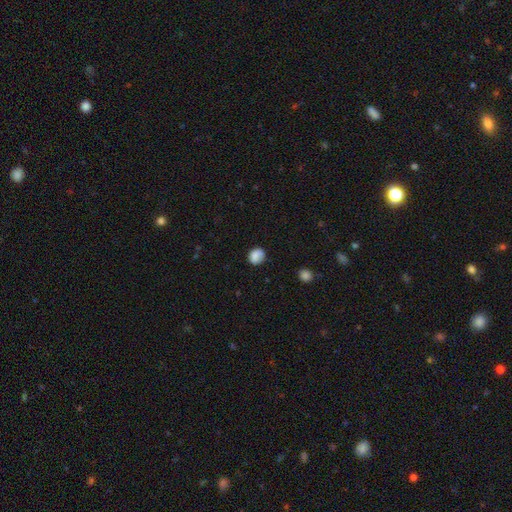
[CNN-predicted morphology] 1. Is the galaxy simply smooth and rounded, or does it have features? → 83% smooth, 9% star or artifact, 8% featured or disk.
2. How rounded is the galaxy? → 70% round, 29% in between, 1% cigar-shaped.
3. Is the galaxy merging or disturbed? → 75% none, 19% minor disturbance, 5% major disturbance, 2% merger.